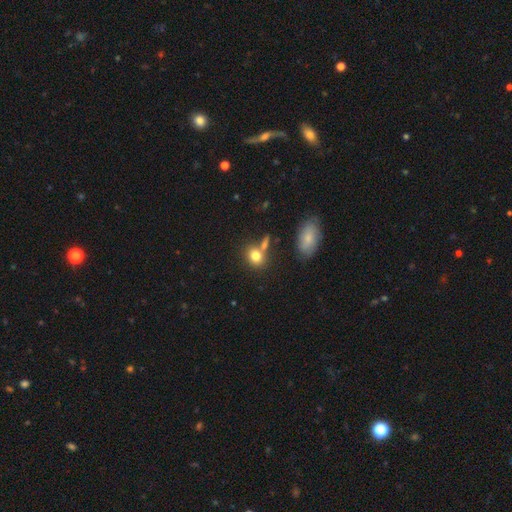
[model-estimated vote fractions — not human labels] Overall: smooth (79%). How rounded: round (51%; in between 47%). Merging: none (56%; merger 26%).